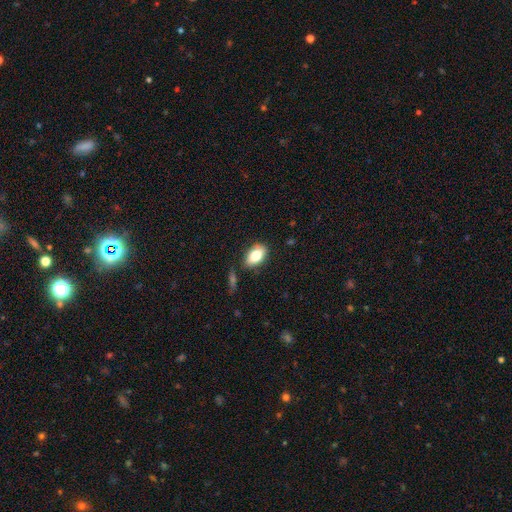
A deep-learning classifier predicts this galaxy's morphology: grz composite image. It shows a smooth galaxy with no disk features (78%) that is in between round and cigar-shaped (89%). Merging: none (78%).